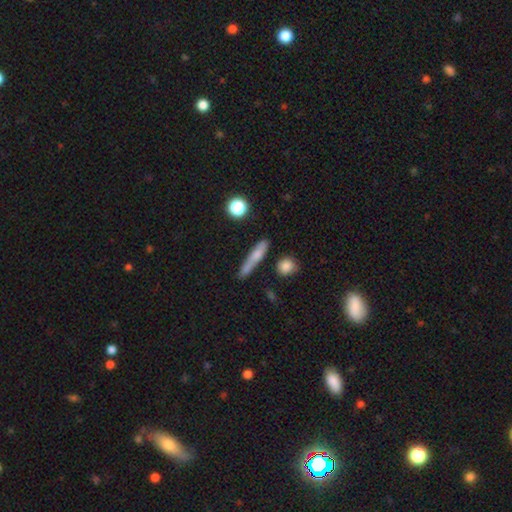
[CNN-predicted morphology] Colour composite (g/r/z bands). It shows a smooth galaxy with no disk features (63%) that is cigar-shaped (83%). Merging: none (70%).